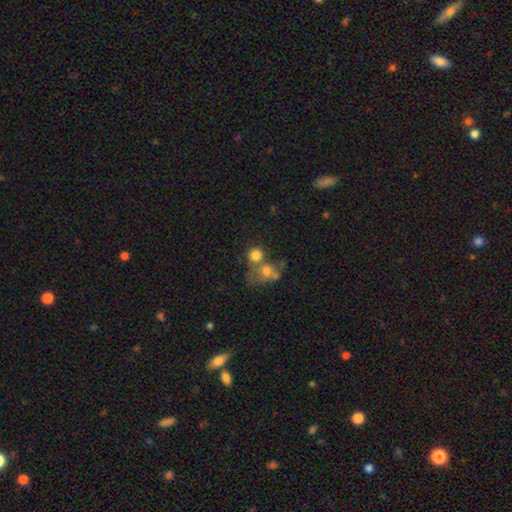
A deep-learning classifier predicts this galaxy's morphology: Smooth or featured?
  - smooth: 74% *
  - featured or disk: 14%
  - star or artifact: 12%
How rounded?
  - round: 80% *
  - in between: 19%
  - cigar-shaped: 1%
Merging?
  - merger: 49% *
  - none: 36%
  - minor disturbance: 9%
  - major disturbance: 6%